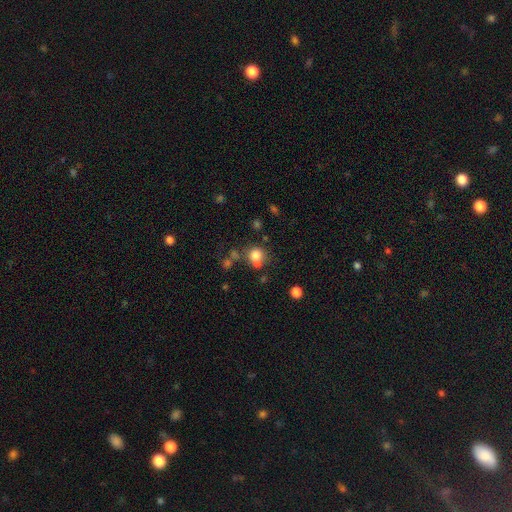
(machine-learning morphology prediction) type=smooth (75%); roundness=round (85%); merging=none (55%).